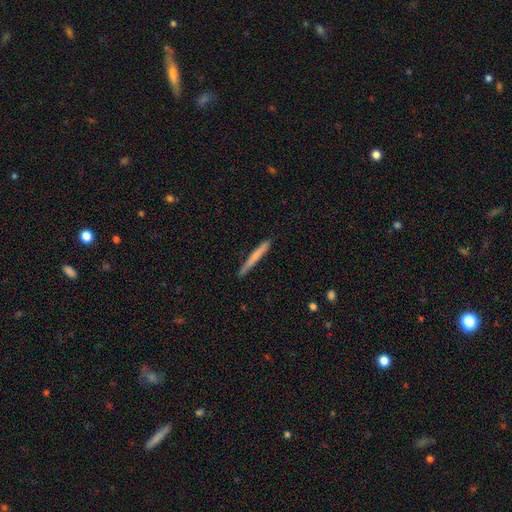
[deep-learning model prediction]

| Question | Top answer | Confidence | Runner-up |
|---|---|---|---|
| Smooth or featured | smooth | 63% | featured or disk (31%) |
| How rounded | cigar-shaped | 97% | in between (2%) |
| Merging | none | 88% | minor disturbance (9%) |